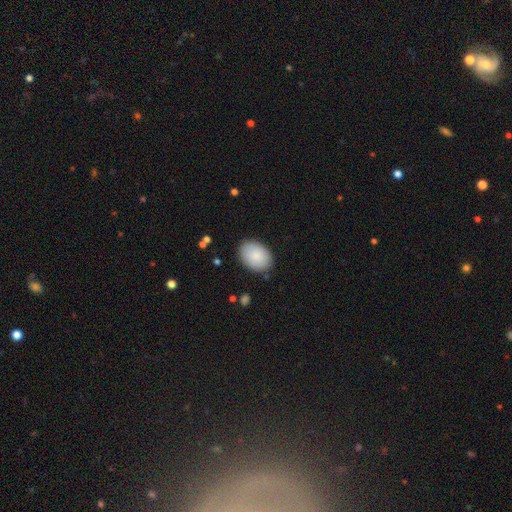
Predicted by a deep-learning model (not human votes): Smooth or featured?
  - smooth: 87% *
  - featured or disk: 7%
  - star or artifact: 6%
How rounded?
  - in between: 80% *
  - round: 19%
  - cigar-shaped: 1%
Merging?
  - none: 86% *
  - minor disturbance: 10%
  - major disturbance: 3%
  - merger: 1%